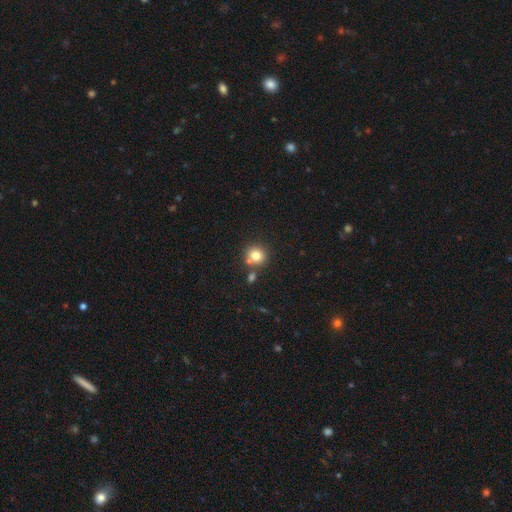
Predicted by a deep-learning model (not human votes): Smooth or featured? smooth (79%)
How rounded? round (88%)
Merging? none (68%)